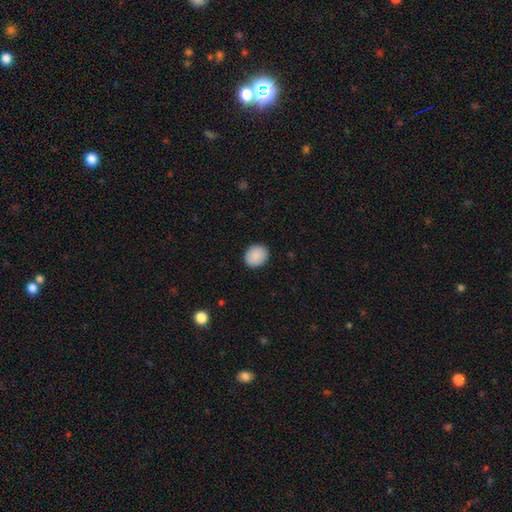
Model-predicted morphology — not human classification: Q: Smooth or featured?
A: smooth (90%); runner-up: star or artifact (7%)
Q: How rounded?
A: round (63%); runner-up: in between (36%)
Q: Merging?
A: none (90%); runner-up: minor disturbance (8%)